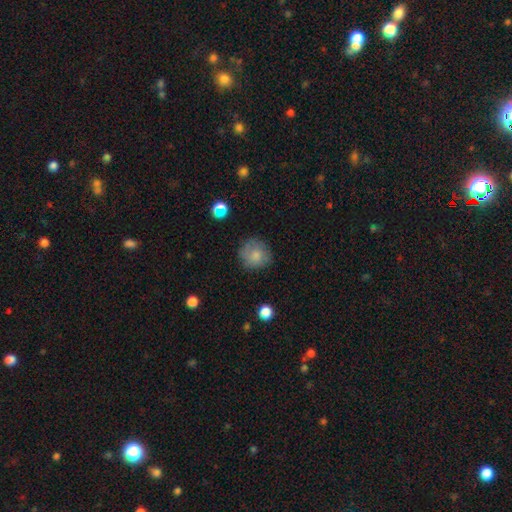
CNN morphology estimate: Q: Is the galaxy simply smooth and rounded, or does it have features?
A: smooth — 77%.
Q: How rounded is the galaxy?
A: round — 89%.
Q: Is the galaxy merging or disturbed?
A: none — 75%.